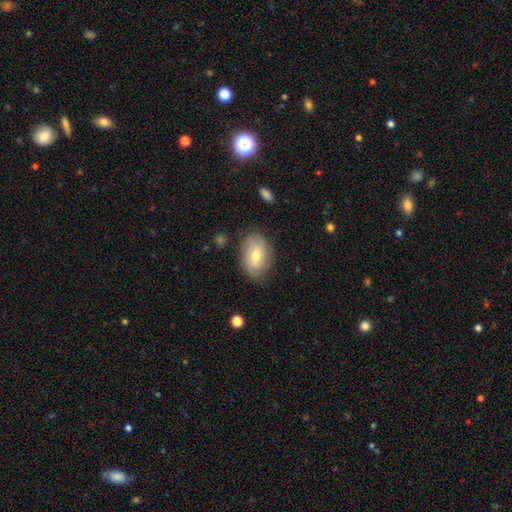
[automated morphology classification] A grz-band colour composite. It shows a smooth galaxy with no disk features (48%). Merging: none (78%).